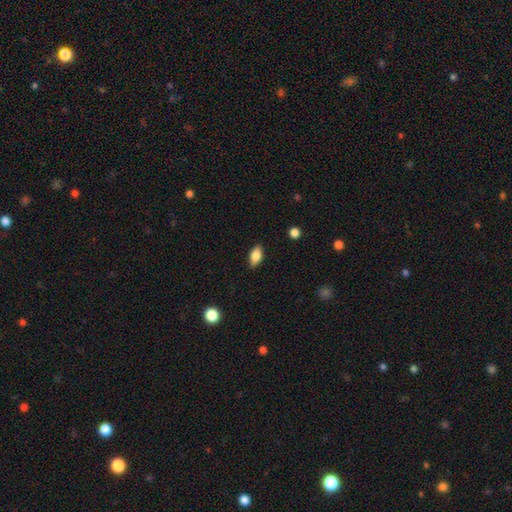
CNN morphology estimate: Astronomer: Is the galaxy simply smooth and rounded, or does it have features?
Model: smooth — 78%.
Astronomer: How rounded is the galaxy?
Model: in between — 88%.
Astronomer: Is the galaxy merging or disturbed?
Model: none — 87%.